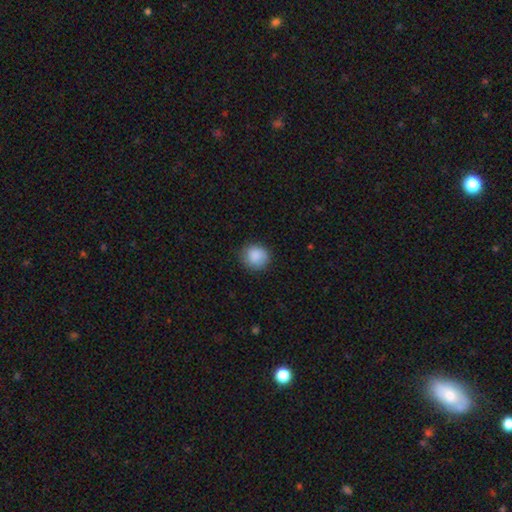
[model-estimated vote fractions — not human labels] This is clearly a smooth galaxy (88%). How rounded: clearly round (87%). Merging: clearly none (83%).